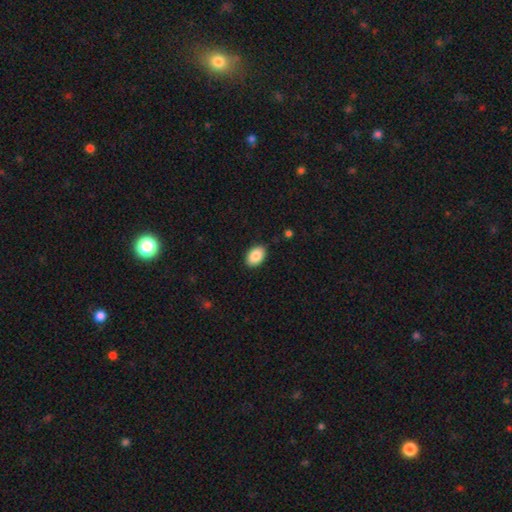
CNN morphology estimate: The model was most divided on "merging": none: 86%, minor disturbance: 11%, major disturbance: 2%, merger: 1%. More confident: how rounded — in between (89%); smooth or featured — smooth (88%).